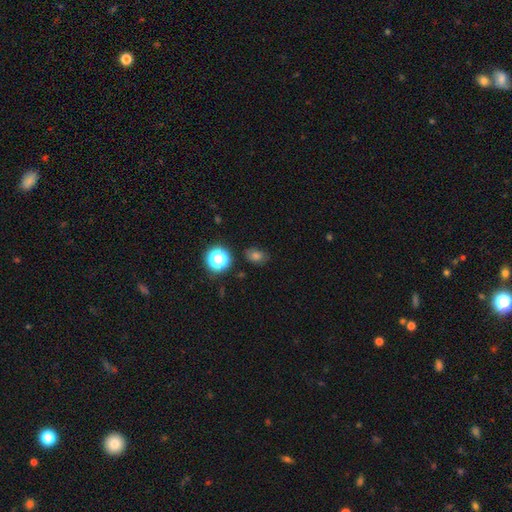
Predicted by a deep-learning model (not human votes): Smooth or featured?
  - smooth: 65% *
  - star or artifact: 28%
  - featured or disk: 7%
How rounded?
  - in between: 53% *
  - round: 45%
  - cigar-shaped: 1%
Merging?
  - none: 82% *
  - minor disturbance: 12%
  - major disturbance: 3%
  - merger: 3%